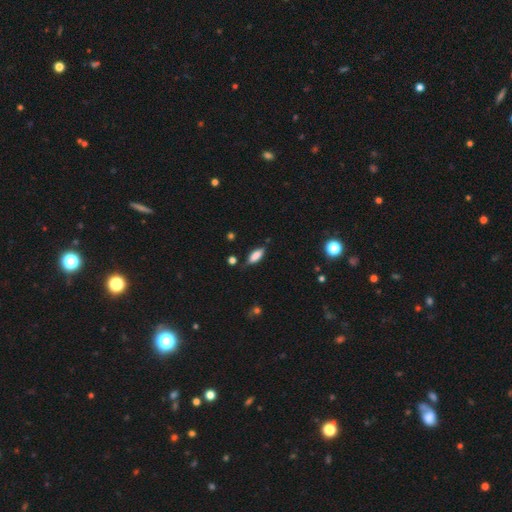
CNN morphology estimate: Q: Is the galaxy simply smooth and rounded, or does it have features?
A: smooth — 78%.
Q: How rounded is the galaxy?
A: in between — 71%.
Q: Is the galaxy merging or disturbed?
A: none — 75%.